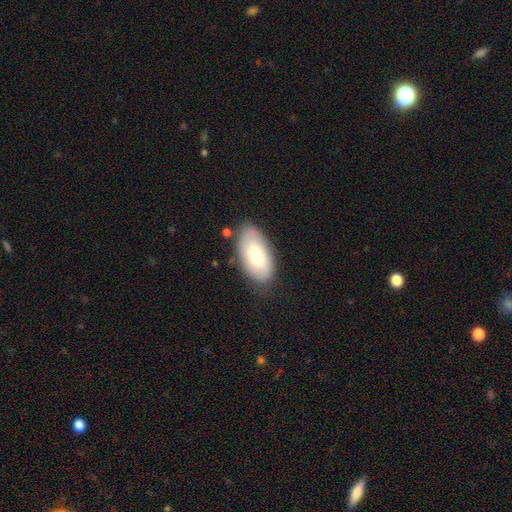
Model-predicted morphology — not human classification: This is likely a smooth galaxy (68%). How rounded: clearly in between (94%). Merging: clearly none (80%).